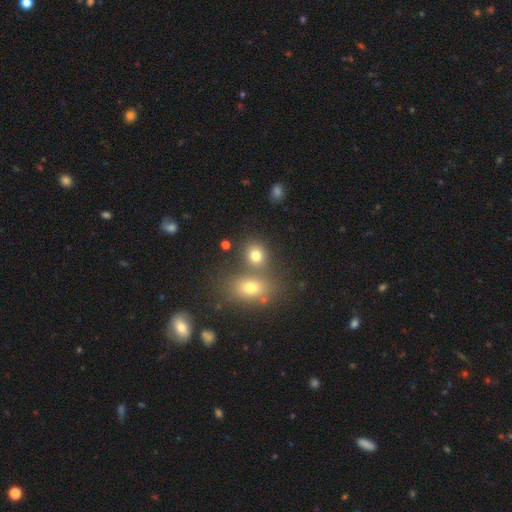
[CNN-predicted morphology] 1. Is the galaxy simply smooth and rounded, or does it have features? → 76% smooth, 14% star or artifact, 10% featured or disk.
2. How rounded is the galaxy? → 65% round, 34% in between, 1% cigar-shaped.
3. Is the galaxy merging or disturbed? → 57% none, 30% merger, 9% minor disturbance, 4% major disturbance.